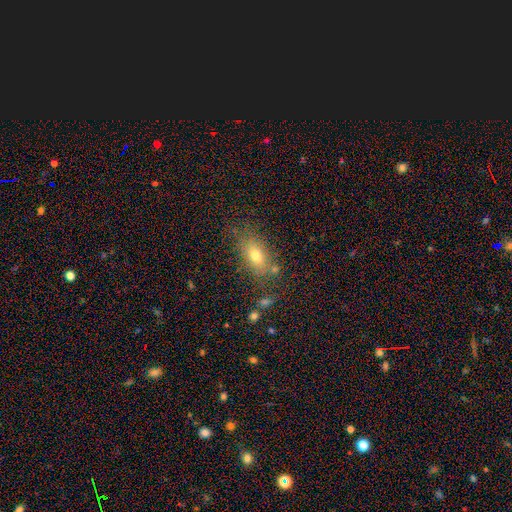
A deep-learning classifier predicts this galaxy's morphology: smooth_or_featured: smooth (p=0.73) [alt: featured or disk p=0.15]
how_rounded: in between (p=0.83) [alt: round p=0.09]
merging: none (p=0.75) [alt: minor disturbance p=0.15]